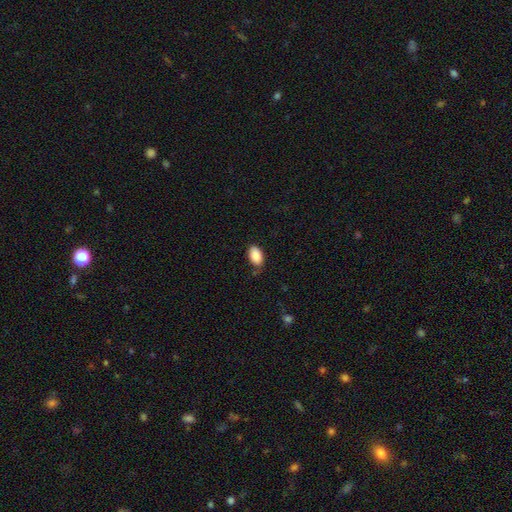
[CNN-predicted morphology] smooth_or_featured: smooth (p=0.89) [alt: star or artifact p=0.07]
how_rounded: in between (p=0.93) [alt: round p=0.06]
merging: none (p=0.77) [alt: minor disturbance p=0.18]